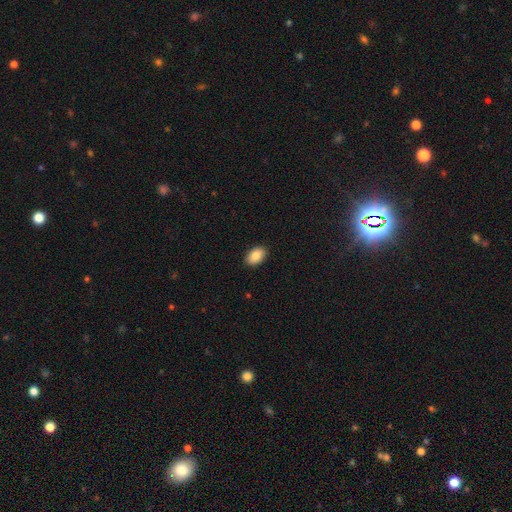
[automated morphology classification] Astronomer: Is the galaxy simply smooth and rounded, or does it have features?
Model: smooth — 88%.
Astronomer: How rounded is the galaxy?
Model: in between — 90%.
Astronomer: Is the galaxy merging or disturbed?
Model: none — 90%.